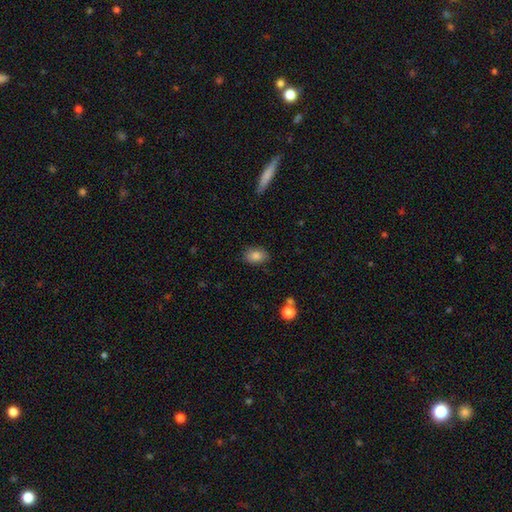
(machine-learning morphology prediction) Smooth or featured? Predicted: smooth (p=0.84). How rounded? Predicted: in between (p=0.82). Merging? Predicted: none (p=0.84).